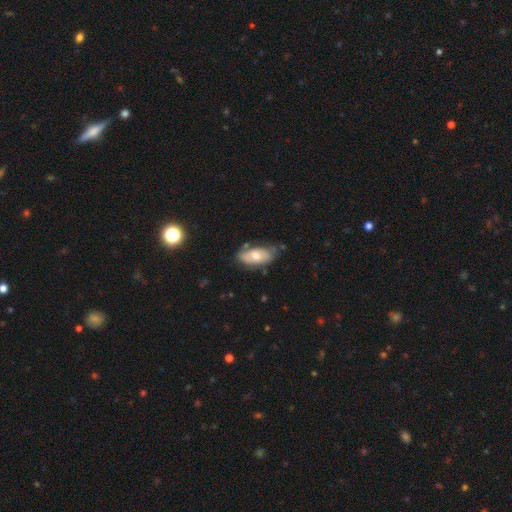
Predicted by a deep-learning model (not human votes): A smooth galaxy with no disk features (58%) that is in between round and cigar-shaped (90%).

Vote fractions:
- Smooth or featured? smooth: 58% / featured or disk: 35% / star or artifact: 7%
- How rounded? in between: 90% / cigar-shaped: 6% / round: 3%
- Merging? none: 67% / minor disturbance: 24% / major disturbance: 5% / merger: 4%